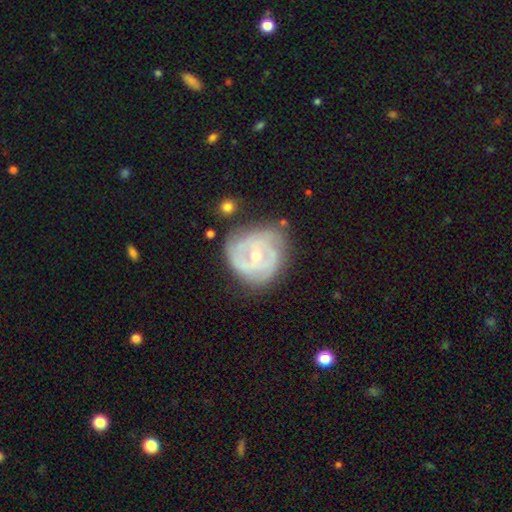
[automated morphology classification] A featured or disk galaxy (79%) with no bar (61%), tight (62%) spiral arms (86%) and a small central bulge (53%). Merging: none (61%).